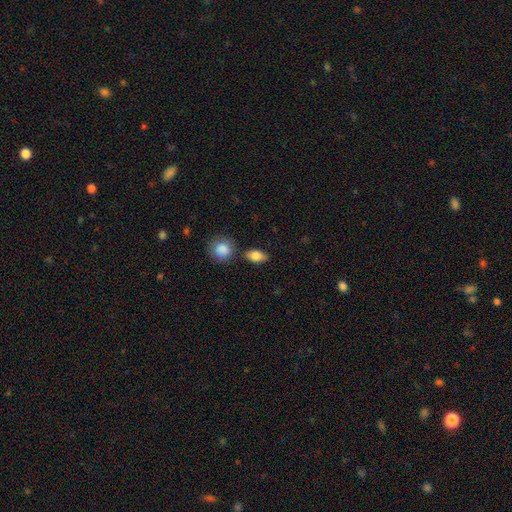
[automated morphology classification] smooth-or-featured: smooth: 84% | featured or disk: 8% | star or artifact: 8%
  how-rounded: in between: 84% | round: 12% | cigar-shaped: 4%
  merging: none: 78% | minor disturbance: 11% | merger: 8% | major disturbance: 3%